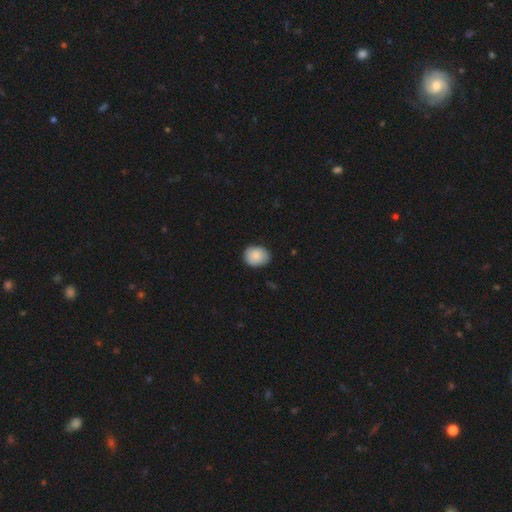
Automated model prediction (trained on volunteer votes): Morphology: type=smooth (88%); roundness=round (54%); merging=none (82%).